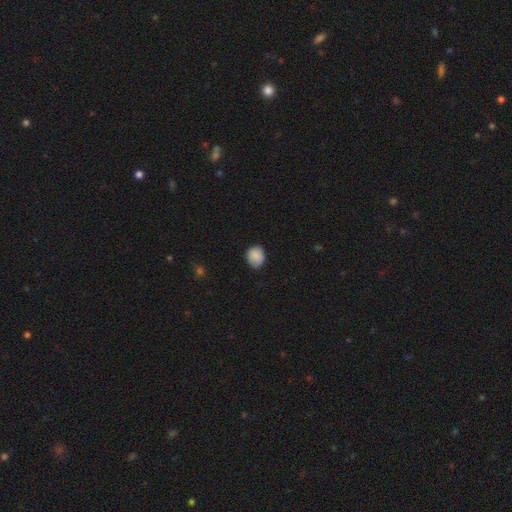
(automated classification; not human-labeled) A smooth galaxy with no disk features (87%) that is round (58%).

Vote fractions:
- Smooth or featured? smooth: 87% / star or artifact: 8% / featured or disk: 6%
- How rounded? round: 58% / in between: 41% / cigar-shaped: 1%
- Merging? none: 72% / minor disturbance: 23% / major disturbance: 4% / merger: 1%